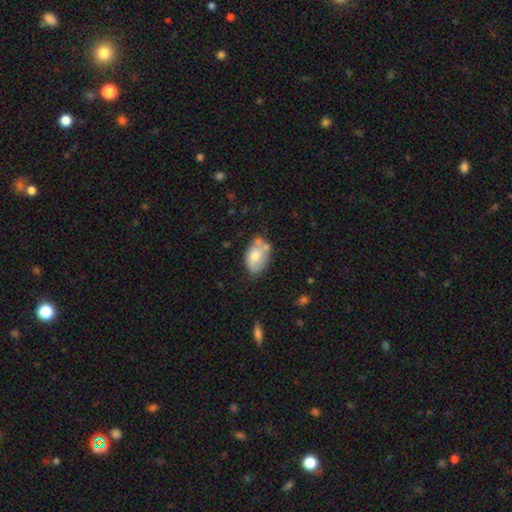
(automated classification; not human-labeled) Smooth or featured? smooth (68%)
How rounded? in between (89%)
Merging? none (51%)